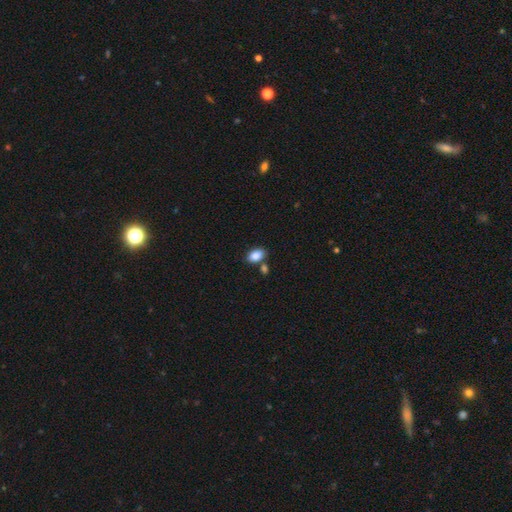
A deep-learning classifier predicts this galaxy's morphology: type=smooth (87%); roundness=in between (90%); merging=none (70%).